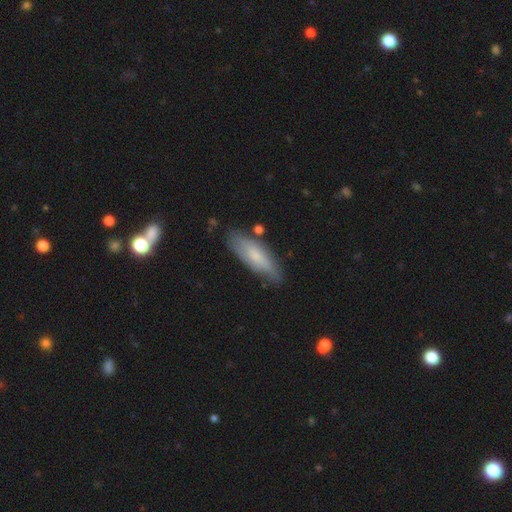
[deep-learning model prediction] Smooth or featured? smooth (63%)
How rounded? in between (50%)
Merging? none (75%)